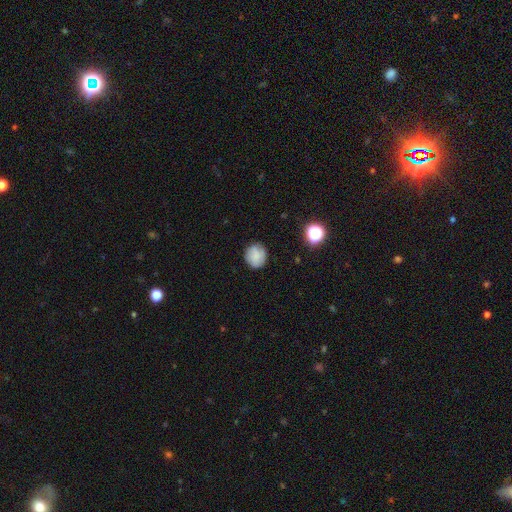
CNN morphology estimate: A smooth galaxy with no disk features (72%) that is round (80%).

Vote fractions:
- Smooth or featured? smooth: 72% / featured or disk: 18% / star or artifact: 10%
- How rounded? round: 80% / in between: 19% / cigar-shaped: 1%
- Merging? none: 81% / minor disturbance: 14% / major disturbance: 4% / merger: 1%